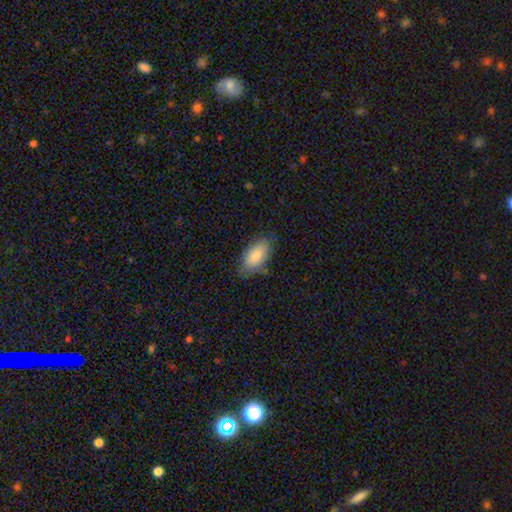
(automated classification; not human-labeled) This appears to be a smooth galaxy with no disk features (83%) that is in between round and cigar-shaped (90%). Merging: none (73%).